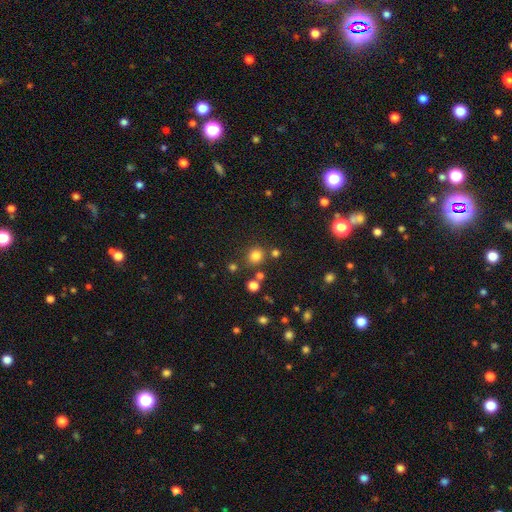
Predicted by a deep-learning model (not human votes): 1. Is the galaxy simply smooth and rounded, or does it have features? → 79% smooth, 16% star or artifact, 6% featured or disk.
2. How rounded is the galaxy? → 85% round, 14% in between, 1% cigar-shaped.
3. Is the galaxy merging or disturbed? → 79% none, 9% minor disturbance, 9% merger, 4% major disturbance.